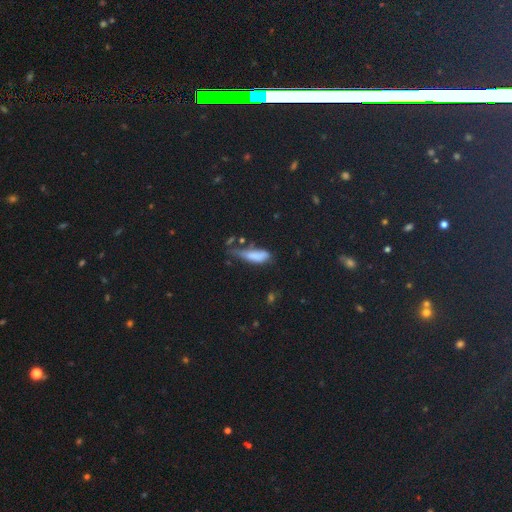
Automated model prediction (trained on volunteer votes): Smooth or featured?
  - smooth: 74% *
  - featured or disk: 15%
  - star or artifact: 11%
How rounded?
  - in between: 50% *
  - cigar-shaped: 47%
  - round: 3%
Merging?
  - minor disturbance: 34% *
  - none: 29%
  - major disturbance: 27%
  - merger: 9%